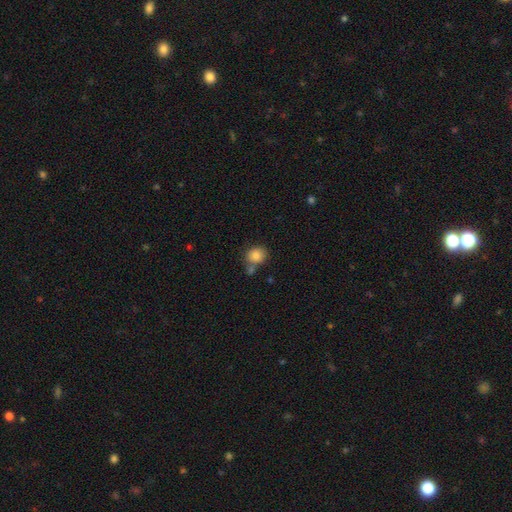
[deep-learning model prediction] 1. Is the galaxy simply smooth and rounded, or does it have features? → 84% smooth, 10% star or artifact, 6% featured or disk.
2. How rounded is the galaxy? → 74% round, 25% in between, 1% cigar-shaped.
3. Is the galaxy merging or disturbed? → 62% none, 21% merger, 13% minor disturbance, 4% major disturbance.